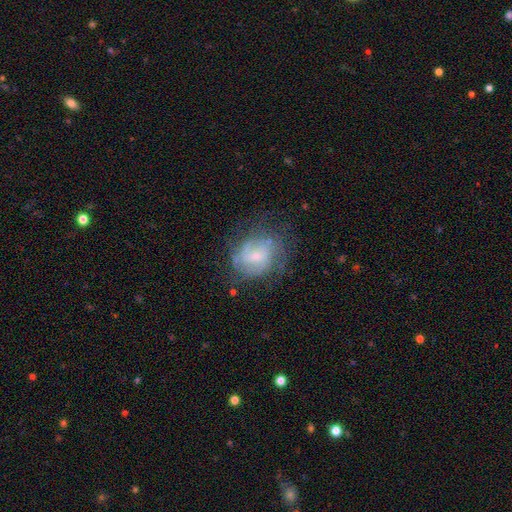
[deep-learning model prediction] Smooth or featured? featured or disk (67%)
Edge-on disk? no (97%)
Bar? weak (46%)
Spiral arms? yes (81%)
Spiral winding? tight (46%)
Spiral arm count? can't tell (40%)
Bulge size? small (54%)
Merging? none (63%)